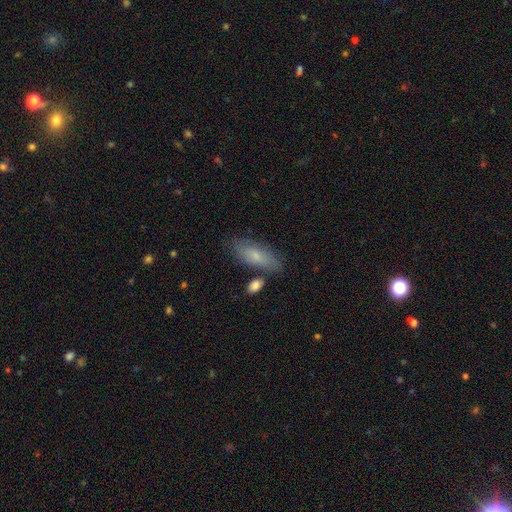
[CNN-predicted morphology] Q: Smooth or featured?
A: smooth (74%); runner-up: featured or disk (19%)
Q: How rounded?
A: in between (75%); runner-up: cigar-shaped (23%)
Q: Merging?
A: none (72%); runner-up: minor disturbance (17%)